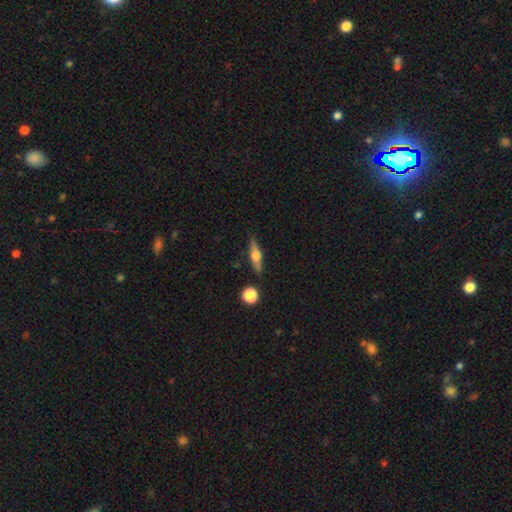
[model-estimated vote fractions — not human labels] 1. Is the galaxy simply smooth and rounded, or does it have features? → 56% featured or disk, 37% smooth, 7% star or artifact.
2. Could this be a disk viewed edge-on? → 93% yes, 7% no.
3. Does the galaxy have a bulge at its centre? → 93% rounded, 4% boxy, 2% none.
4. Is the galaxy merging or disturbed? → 84% none, 11% minor disturbance, 3% merger, 3% major disturbance.